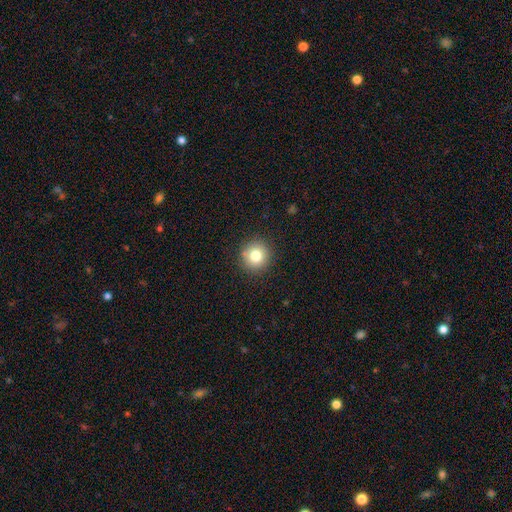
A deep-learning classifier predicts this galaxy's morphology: Smooth or featured?
  - smooth: 79% *
  - star or artifact: 12%
  - featured or disk: 9%
How rounded?
  - round: 94% *
  - in between: 5%
  - cigar-shaped: 1%
Merging?
  - none: 90% *
  - minor disturbance: 7%
  - major disturbance: 2%
  - merger: 1%